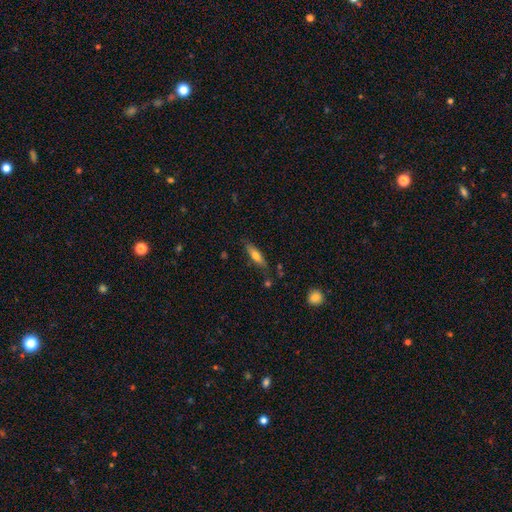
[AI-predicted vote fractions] Smooth or featured? smooth (61%)
How rounded? cigar-shaped (66%)
Merging? none (75%)